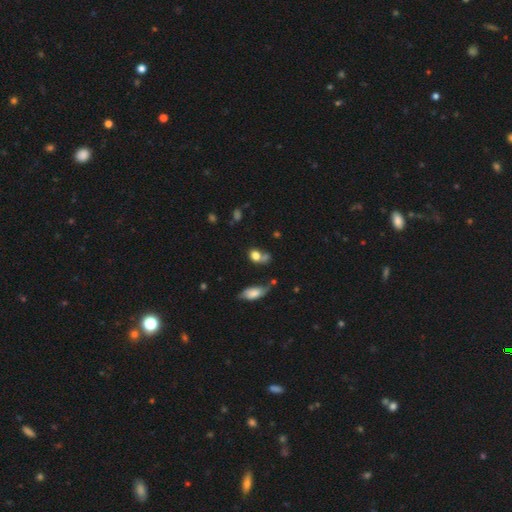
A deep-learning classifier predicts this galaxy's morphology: Overall: smooth (76%). How rounded: round (51%; in between 47%). Merging: none (39%; merger 28%).